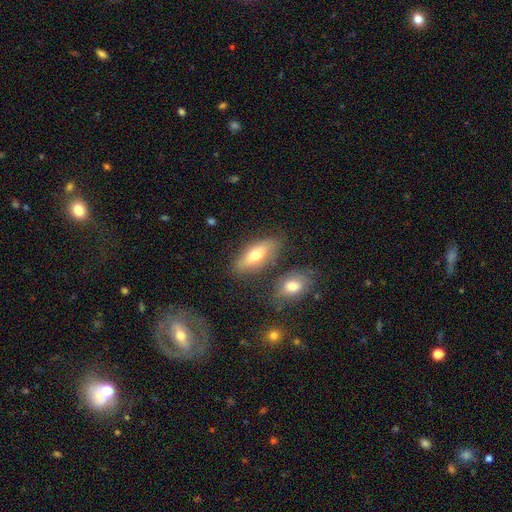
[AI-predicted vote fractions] Smooth or featured? Predicted: smooth (p=0.63). How rounded? Predicted: in between (p=0.73). Merging? Predicted: none (p=0.75).